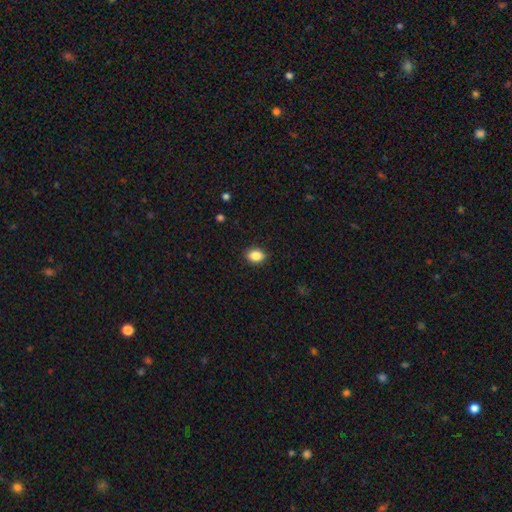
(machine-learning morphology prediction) Smooth or featured?
  - smooth: 87% *
  - star or artifact: 8%
  - featured or disk: 4%
How rounded?
  - in between: 68% *
  - round: 30%
  - cigar-shaped: 1%
Merging?
  - none: 89% *
  - minor disturbance: 8%
  - major disturbance: 2%
  - merger: 1%